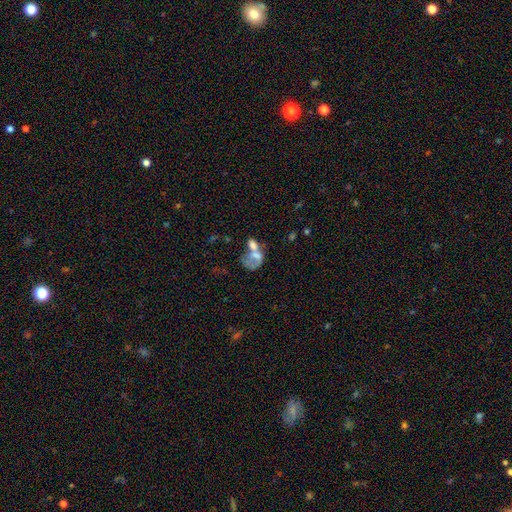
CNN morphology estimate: type=smooth (50%); merging=merger (57%).